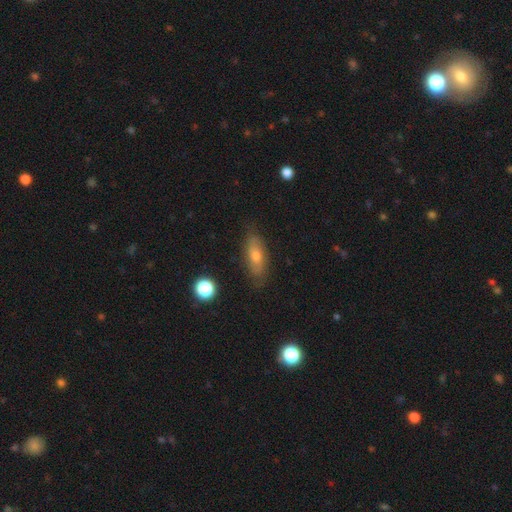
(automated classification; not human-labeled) smooth-or-featured: smooth: 55% | featured or disk: 35% | star or artifact: 10%
  how-rounded: in between: 71% | cigar-shaped: 24% | round: 5%
  merging: none: 81% | minor disturbance: 15% | major disturbance: 3% | merger: 1%